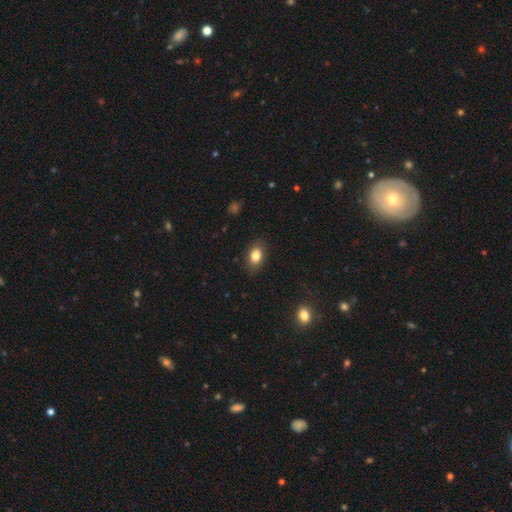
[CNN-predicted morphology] Overall: smooth (83%). How rounded: in between (83%). Merging: none (83%).